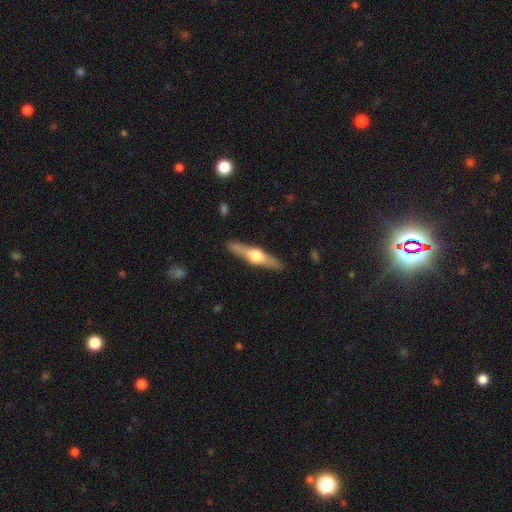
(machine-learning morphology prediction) type=featured or disk (71%); edge-on=yes (97%); edge-on bulge=rounded (95%); merging=none (90%).